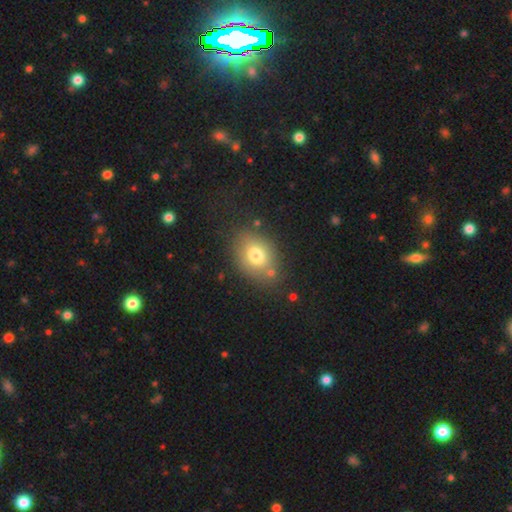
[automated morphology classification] smooth-or-featured: smooth: 75% | featured or disk: 14% | star or artifact: 12%
  how-rounded: in between: 66% | round: 33% | cigar-shaped: 1%
  merging: none: 74% | minor disturbance: 14% | merger: 6% | major disturbance: 5%